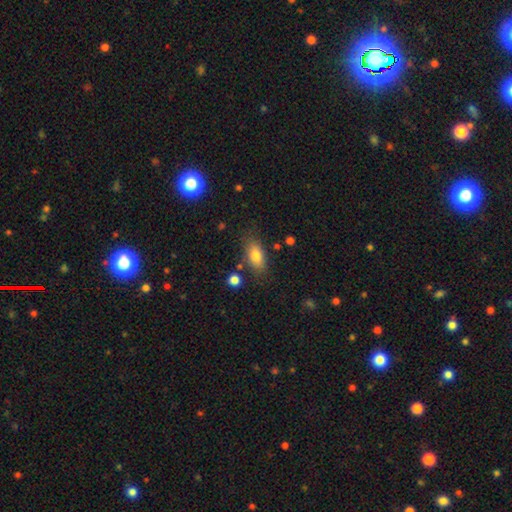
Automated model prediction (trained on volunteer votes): This appears to be a smooth galaxy with no disk features (80%) that is in between round and cigar-shaped (86%). Merging: none (76%).